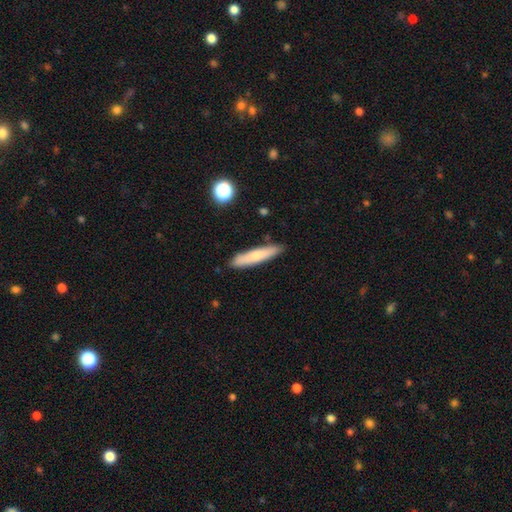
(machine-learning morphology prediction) This is likely a smooth galaxy (71%). How rounded: clearly cigar-shaped (89%). Merging: clearly none (87%).